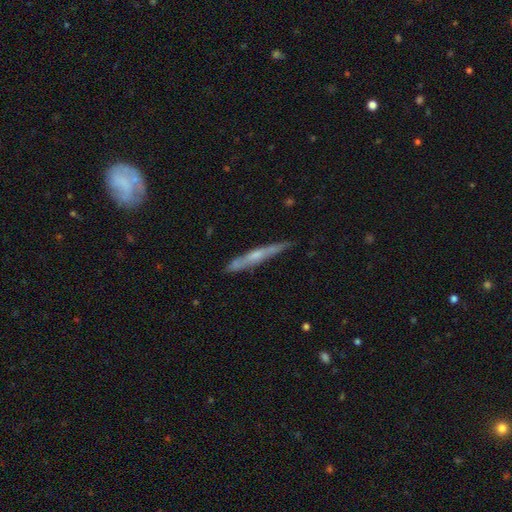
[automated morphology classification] smooth-or-featured: featured or disk: 59% | smooth: 35% | star or artifact: 7%
  disk-edge-on: yes: 93% | no: 7%
    edge-on-bulge: rounded: 47% | none: 45% | boxy: 8%
  merging: none: 80% | minor disturbance: 15% | major disturbance: 2% | merger: 2%